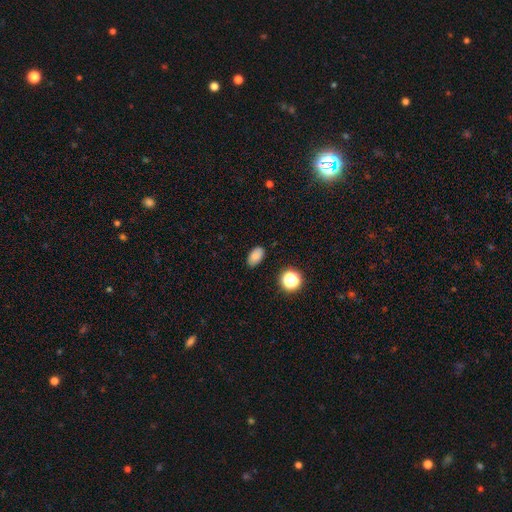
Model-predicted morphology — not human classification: Overall: smooth (82%). How rounded: in between (89%). Merging: none (86%).